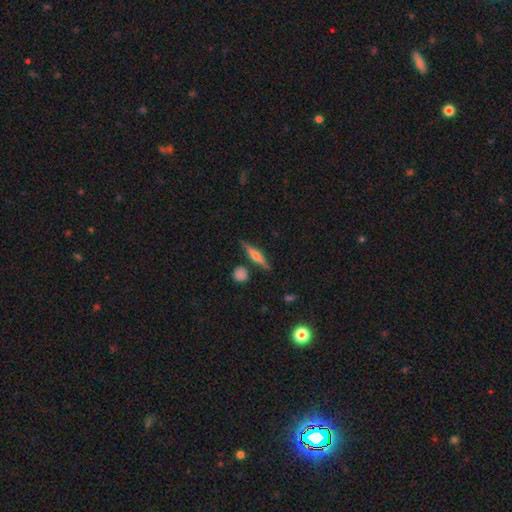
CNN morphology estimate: A featured or disk galaxy (64%) viewed edge-on (97%) with a rounded central bulge (87%).

Vote fractions:
- Smooth or featured? featured or disk: 64% / smooth: 29% / star or artifact: 7%
- Edge-on disk? yes: 97% / no: 3%
- Edge-on bulge? rounded: 87% / boxy: 7% / none: 6%
- Merging? none: 84% / minor disturbance: 9% / merger: 4% / major disturbance: 2%